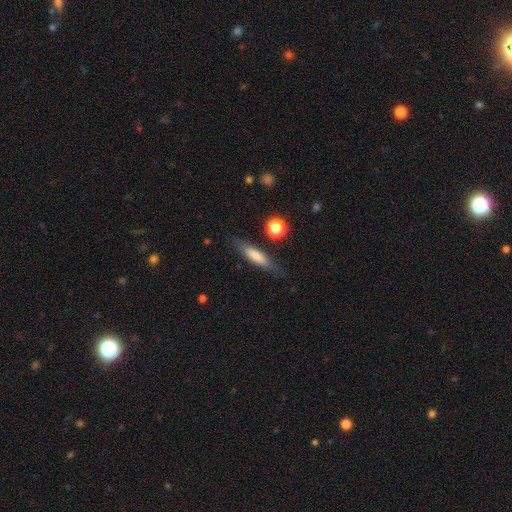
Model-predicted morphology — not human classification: smooth-or-featured: smooth: 67% | featured or disk: 26% | star or artifact: 8%
  how-rounded: cigar-shaped: 76% | in between: 21% | round: 2%
  merging: none: 79% | minor disturbance: 14% | major disturbance: 4% | merger: 3%